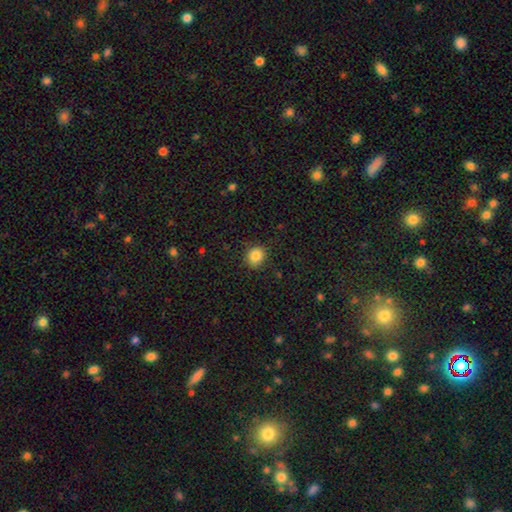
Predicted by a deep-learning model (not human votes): This is clearly a smooth galaxy (85%). How rounded: clearly round (83%). Merging: clearly none (87%).